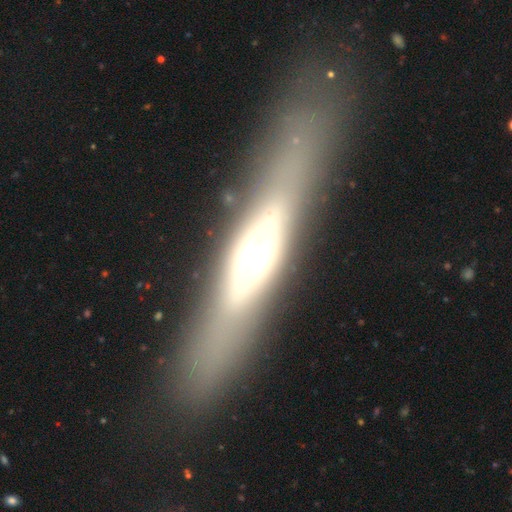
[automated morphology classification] This appears to be a featured or disk galaxy (60%) viewed edge-on (78%). Merging: none (83%).